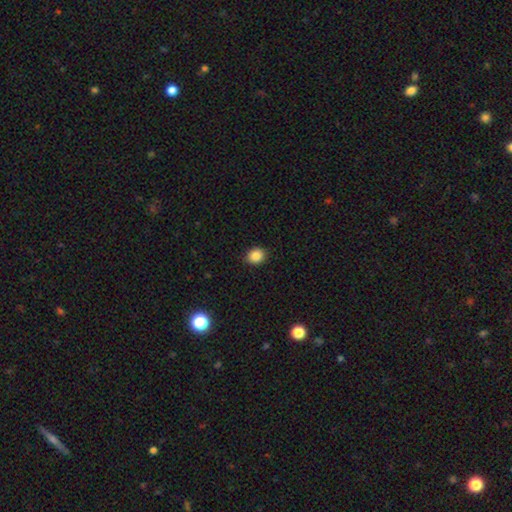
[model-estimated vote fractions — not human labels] This is clearly a smooth galaxy (87%). How rounded: likely round (69%). Merging: clearly none (89%).